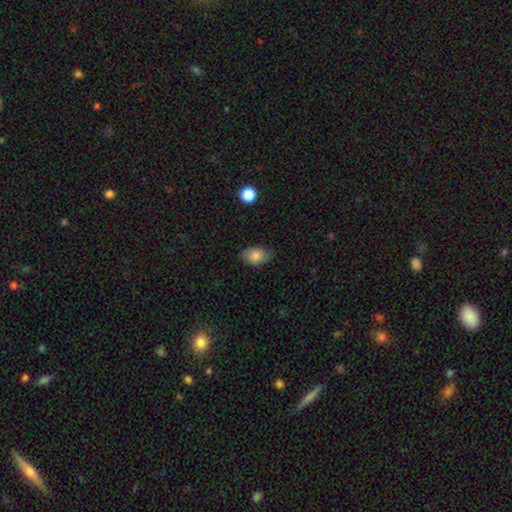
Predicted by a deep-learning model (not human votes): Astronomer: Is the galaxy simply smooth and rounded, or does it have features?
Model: smooth — 80%.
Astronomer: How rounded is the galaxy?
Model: in between — 78%.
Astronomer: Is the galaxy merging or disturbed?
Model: none — 74%.